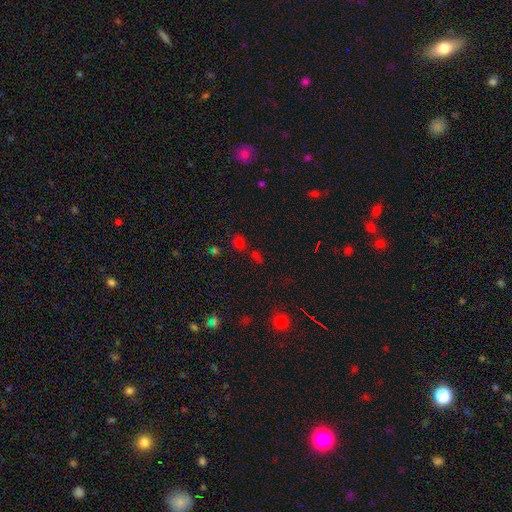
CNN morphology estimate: Overall: star or artifact (49%; smooth 43%).